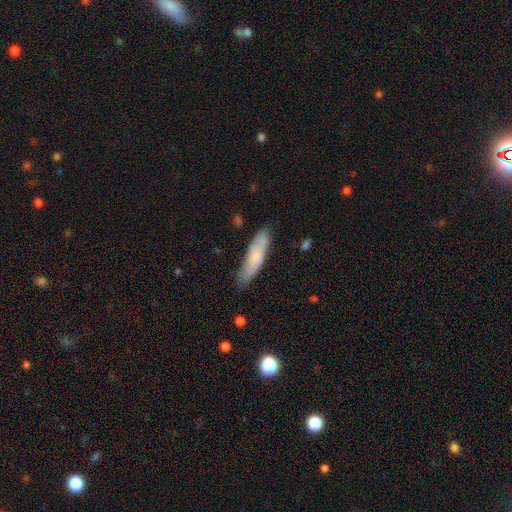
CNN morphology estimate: This appears to be a smooth galaxy with no disk features (72%) that is cigar-shaped (70%). Merging: none (76%).